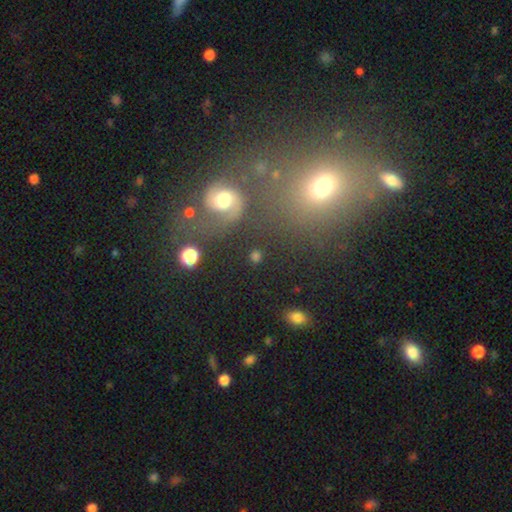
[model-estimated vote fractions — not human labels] Q: Smooth or featured?
A: smooth (54%); runner-up: featured or disk (29%)
Q: How rounded?
A: round (72%); runner-up: in between (25%)
Q: Merging?
A: none (66%); runner-up: minor disturbance (12%)